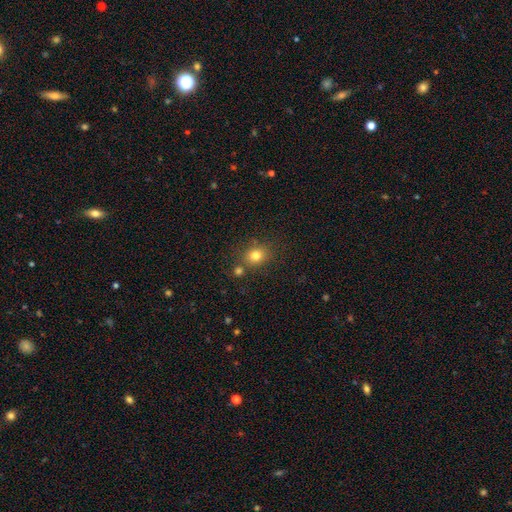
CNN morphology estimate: Q: Smooth or featured?
A: smooth (79%); runner-up: star or artifact (13%)
Q: How rounded?
A: round (66%); runner-up: in between (33%)
Q: Merging?
A: none (72%); runner-up: merger (13%)